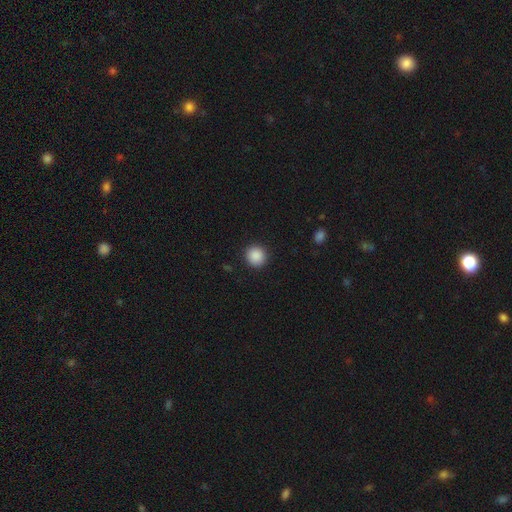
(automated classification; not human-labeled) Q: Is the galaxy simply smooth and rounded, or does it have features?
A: smooth — 89%.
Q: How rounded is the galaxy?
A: round — 95%.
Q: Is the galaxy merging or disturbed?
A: none — 92%.